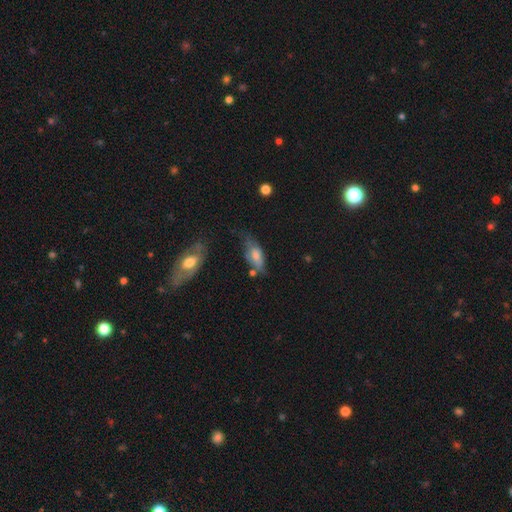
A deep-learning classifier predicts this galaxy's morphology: Smooth or featured? smooth (60%)
How rounded? in between (83%)
Merging? none (41%)